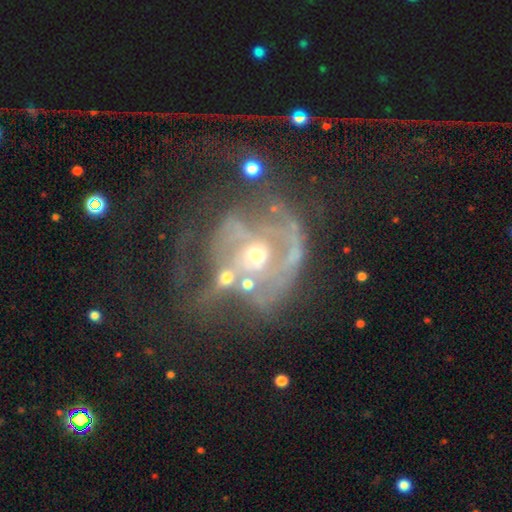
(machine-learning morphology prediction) A featured or disk galaxy (76%) with no bar (75%), spiral arms (58%) and a small central bulge (48%).

Vote fractions:
- Smooth or featured? featured or disk: 76% / star or artifact: 12% / smooth: 12%
- Edge-on disk? no: 97% / yes: 3%
- Bar? no: 75% / weak: 18% / strong: 6%
- Spiral arms? yes: 58% / no: 42%
- Bulge size? small: 48% / moderate: 44% / large: 3% / none: 3% / dominant: 1%
- Merging? major disturbance: 39% / none: 29% / merger: 17% / minor disturbance: 15%